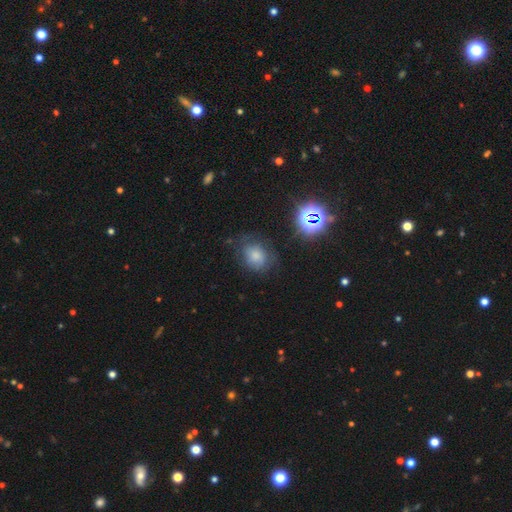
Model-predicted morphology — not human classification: Smooth or featured: smooth — 63% (star or artifact — 19%)
How rounded: in between — 50% (round — 49%)
Merging: none — 62% (minor disturbance — 24%)